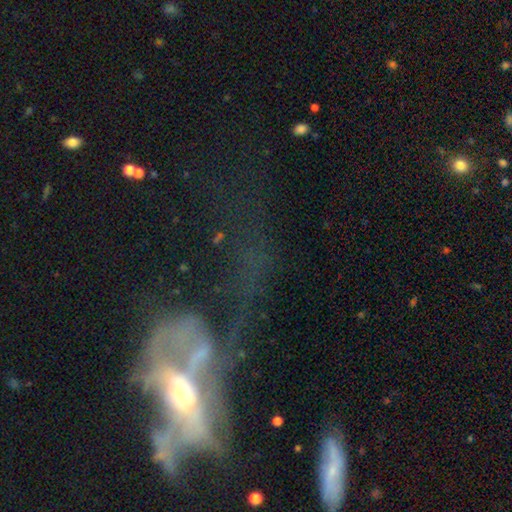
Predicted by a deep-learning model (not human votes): Overall: featured or disk (61%). Edge-on disk: no (83%). Bar: no (62%). Spiral arms: no (61%; yes 39%). Bulge size: moderate (56%; small 29%). Merging: major disturbance (46%; merger 24%).